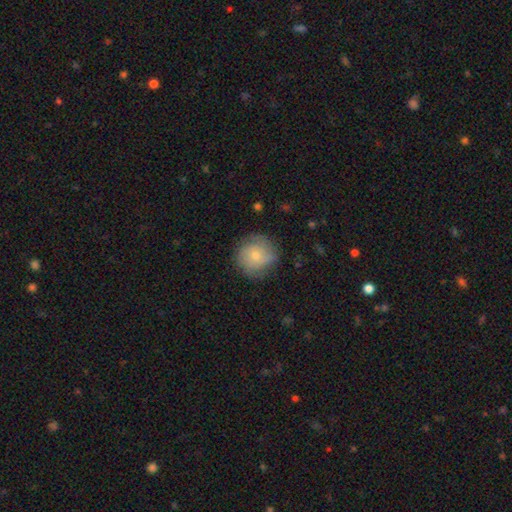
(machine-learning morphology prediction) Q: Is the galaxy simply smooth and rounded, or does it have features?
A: smooth — 64%.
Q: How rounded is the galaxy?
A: round — 92%.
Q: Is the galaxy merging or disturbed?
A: none — 75%.